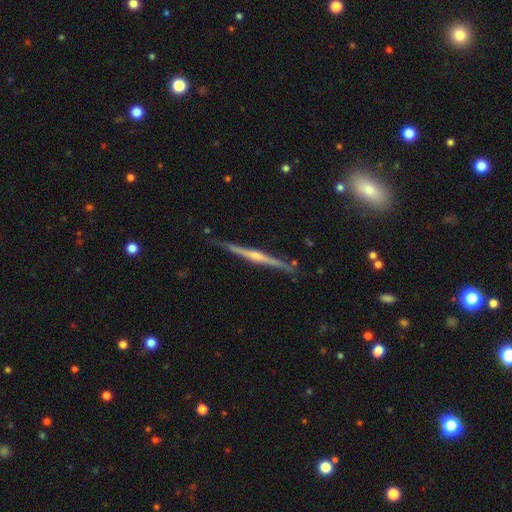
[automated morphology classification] A featured or disk galaxy (77%) viewed edge-on (97%) with a rounded central bulge (71%).

Vote fractions:
- Smooth or featured? featured or disk: 77% / smooth: 15% / star or artifact: 8%
- Edge-on disk? yes: 97% / no: 3%
- Edge-on bulge? rounded: 71% / none: 19% / boxy: 10%
- Merging? none: 86% / minor disturbance: 10% / major disturbance: 2% / merger: 2%